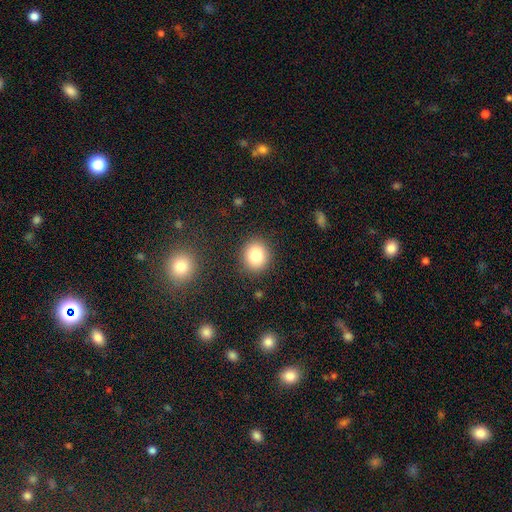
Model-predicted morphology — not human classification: Q: Smooth or featured?
A: smooth (82%); runner-up: star or artifact (11%)
Q: How rounded?
A: round (80%); runner-up: in between (19%)
Q: Merging?
A: none (88%); runner-up: minor disturbance (7%)